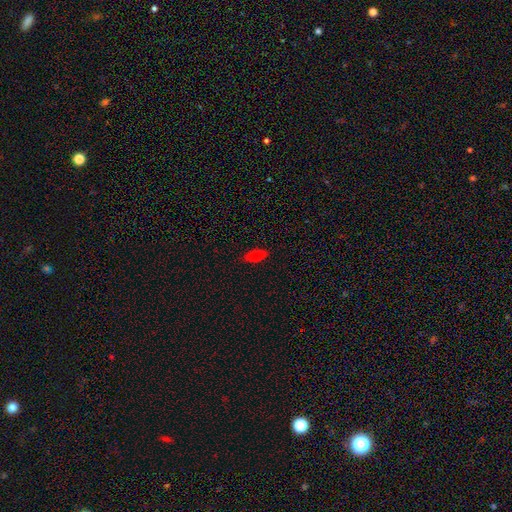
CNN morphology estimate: Overall: smooth (74%). How rounded: in between (74%). Merging: none (87%).